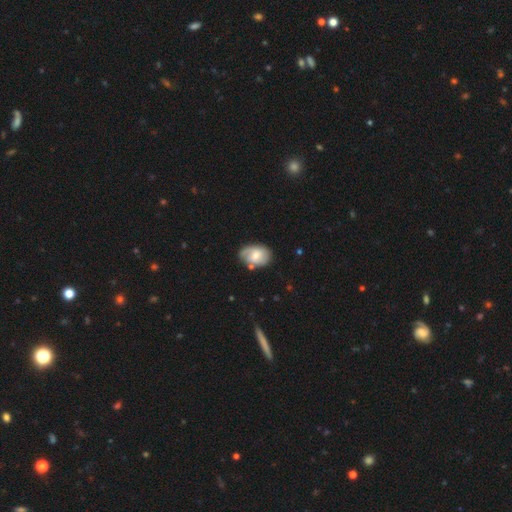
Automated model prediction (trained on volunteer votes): Morphology: type=smooth (47%); merging=none (63%).